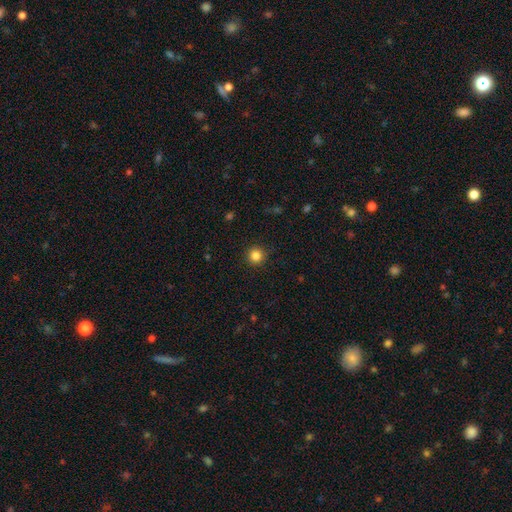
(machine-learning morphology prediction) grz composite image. It shows a smooth galaxy with no disk features (84%) that is round (95%). Merging: none (91%).